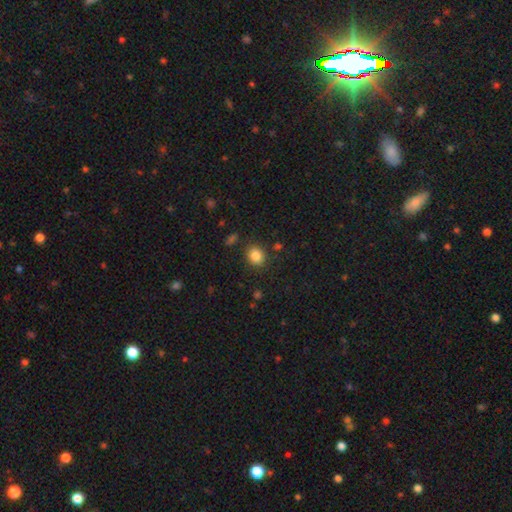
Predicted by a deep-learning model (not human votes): The model was most divided on "how rounded": round: 67%, in between: 32%, cigar-shaped: 1%. More confident: merging — none (85%); smooth or featured — smooth (84%).